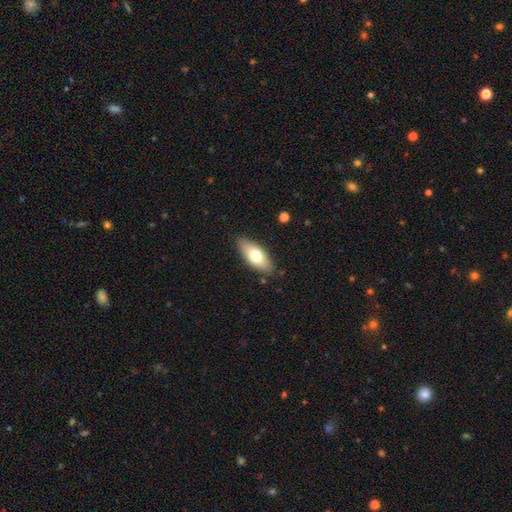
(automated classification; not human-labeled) smooth 69%, featured or disk 25%, star or artifact 6%. Down the decision tree: how rounded — in between (82%); merging — none (85%).